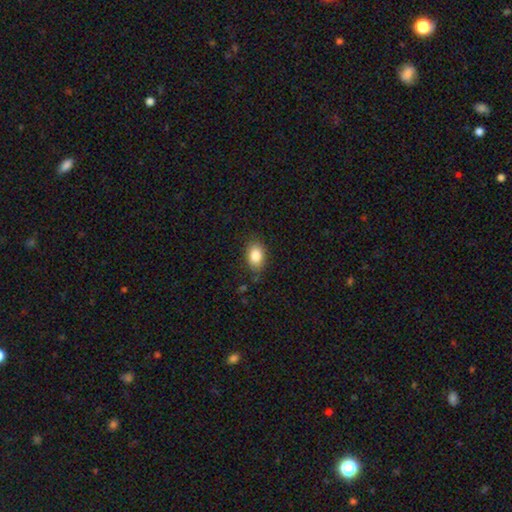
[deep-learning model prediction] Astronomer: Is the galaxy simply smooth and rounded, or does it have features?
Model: smooth — 85%.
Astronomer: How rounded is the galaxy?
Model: in between — 85%.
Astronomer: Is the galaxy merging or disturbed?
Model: none — 79%.